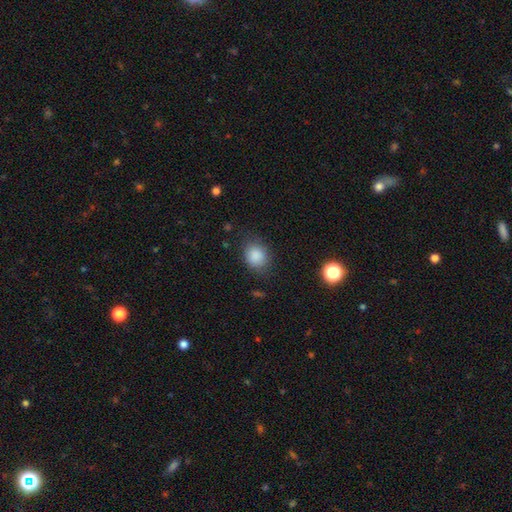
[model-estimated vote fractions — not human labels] Q: Smooth or featured?
A: smooth (86%); runner-up: star or artifact (9%)
Q: How rounded?
A: round (52%); runner-up: in between (47%)
Q: Merging?
A: none (76%); runner-up: minor disturbance (17%)